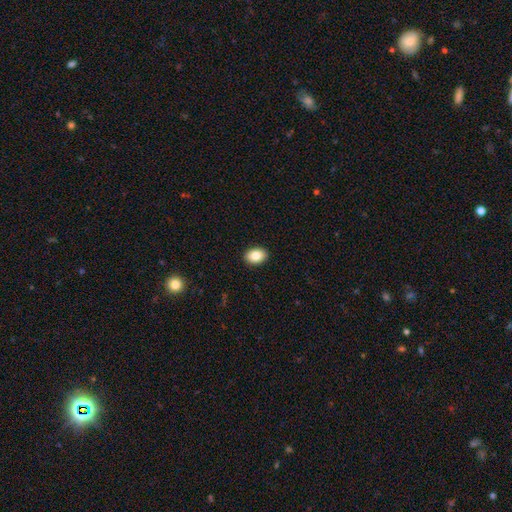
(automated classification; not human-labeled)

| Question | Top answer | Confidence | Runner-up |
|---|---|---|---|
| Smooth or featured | smooth | 85% | star or artifact (8%) |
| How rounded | in between | 80% | round (19%) |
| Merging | none | 91% | minor disturbance (6%) |